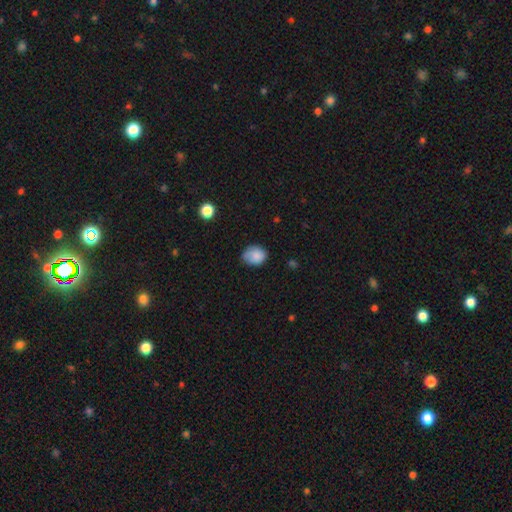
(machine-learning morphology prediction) Smooth or featured? smooth (84%)
How rounded? in between (50%)
Merging? none (58%)